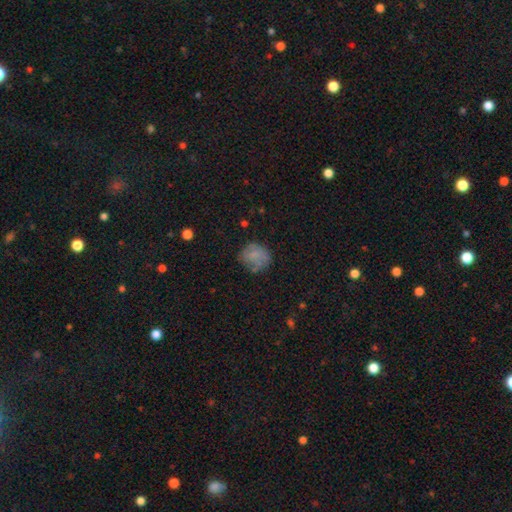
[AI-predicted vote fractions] Smooth or featured: smooth — 67% (featured or disk — 22%)
How rounded: round — 75% (in between — 24%)
Merging: none — 63% (minor disturbance — 23%)